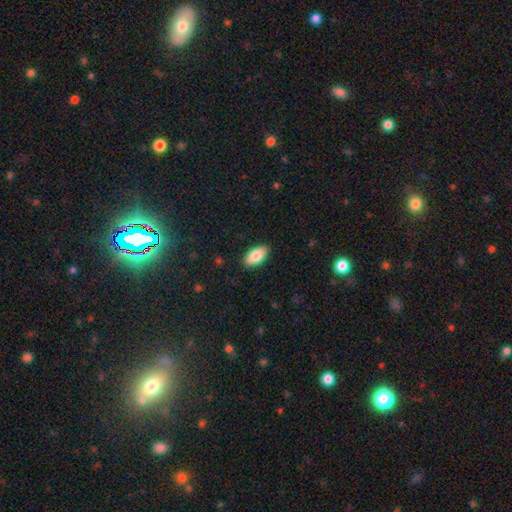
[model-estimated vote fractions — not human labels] smooth 84%, featured or disk 10%, star or artifact 6%. Down the decision tree: how rounded — in between (93%); merging — none (88%).